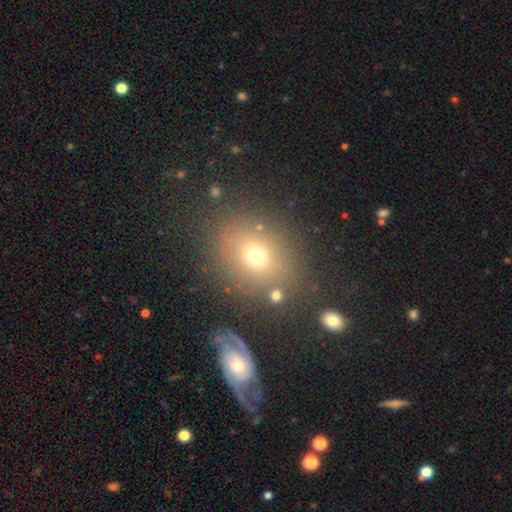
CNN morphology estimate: Smooth or featured?
  - smooth: 67% *
  - star or artifact: 17%
  - featured or disk: 16%
How rounded?
  - round: 55% *
  - in between: 44%
  - cigar-shaped: 1%
Merging?
  - none: 77% *
  - minor disturbance: 12%
  - merger: 6%
  - major disturbance: 5%